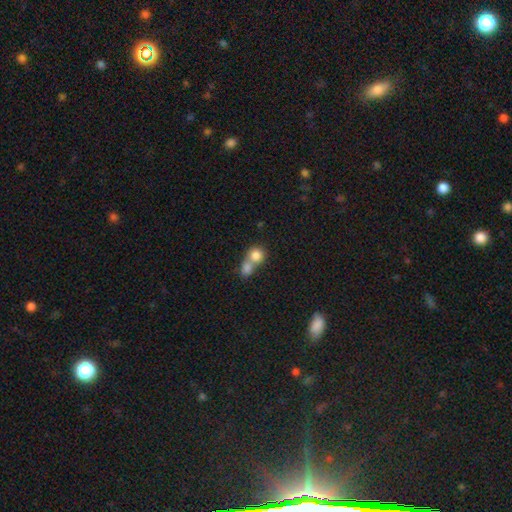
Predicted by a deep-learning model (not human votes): A smooth galaxy with no disk features (80%) that is round (81%). Merging: merger (64%).